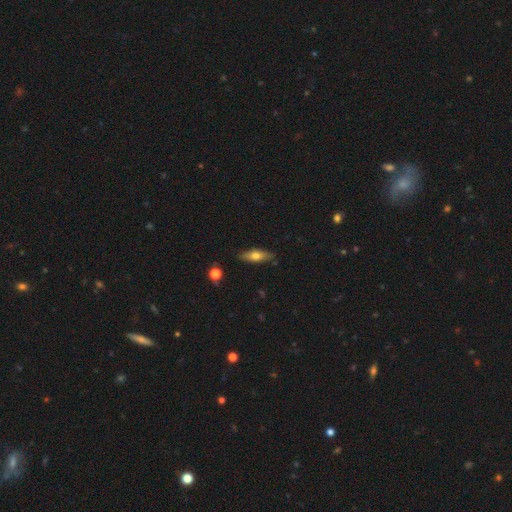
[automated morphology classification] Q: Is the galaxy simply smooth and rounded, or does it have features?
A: smooth — 60%.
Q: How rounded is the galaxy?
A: in between — 53%.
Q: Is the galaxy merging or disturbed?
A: none — 83%.